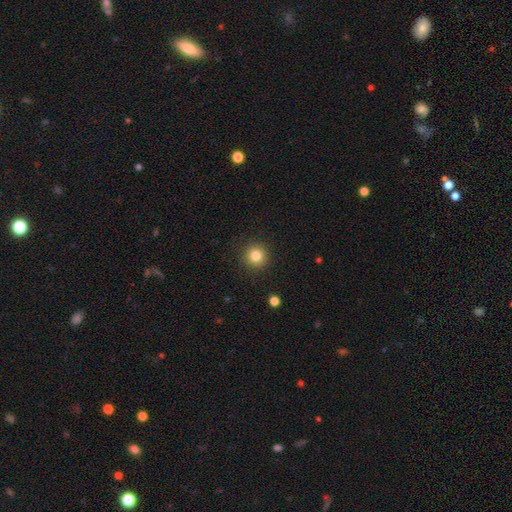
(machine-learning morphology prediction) The model was most divided on "smooth or featured": smooth: 83%, star or artifact: 11%, featured or disk: 6%. More confident: how rounded — round (94%); merging — none (91%).